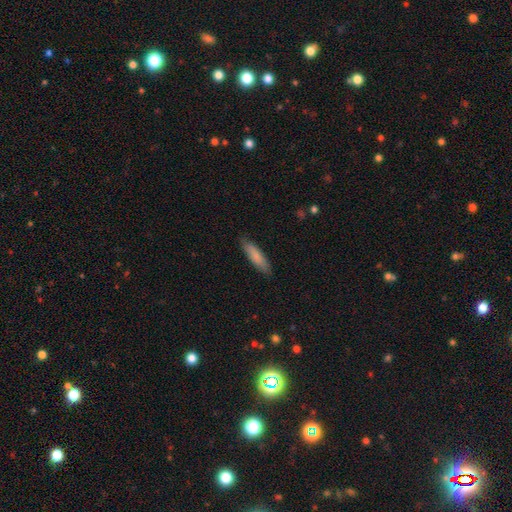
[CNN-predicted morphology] A smooth galaxy with no disk features (82%) that is cigar-shaped (70%). Merging: none (85%).